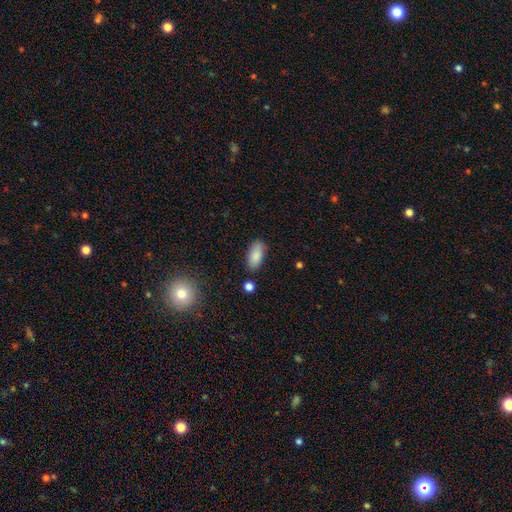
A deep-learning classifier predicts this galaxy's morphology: This is clearly a smooth galaxy (86%). How rounded: clearly in between (89%). Merging: clearly none (81%).